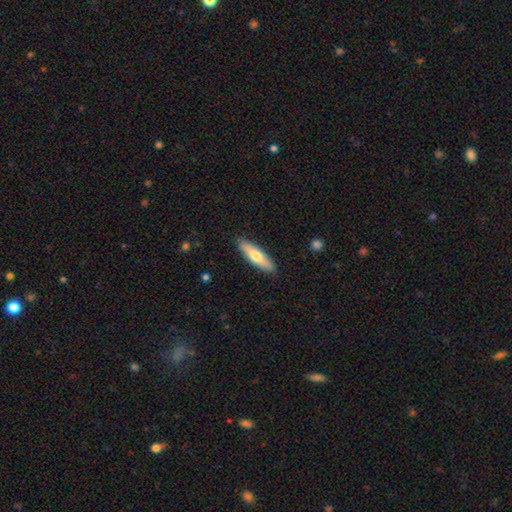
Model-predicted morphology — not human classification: Overall: smooth (65%; featured or disk 29%). How rounded: cigar-shaped (64%; in between 34%). Merging: none (89%).